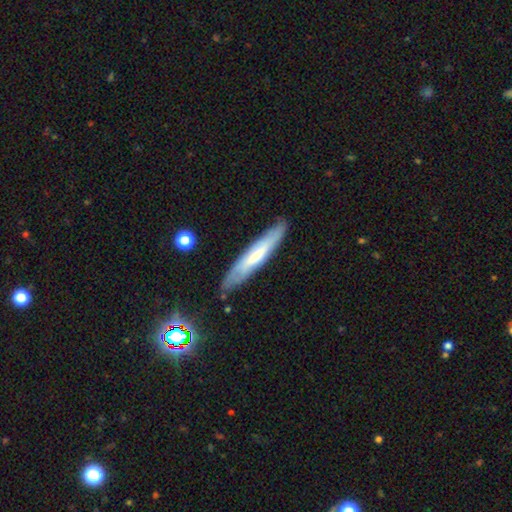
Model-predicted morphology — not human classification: Smooth or featured? smooth (50%)
How rounded? cigar-shaped (88%)
Merging? none (83%)